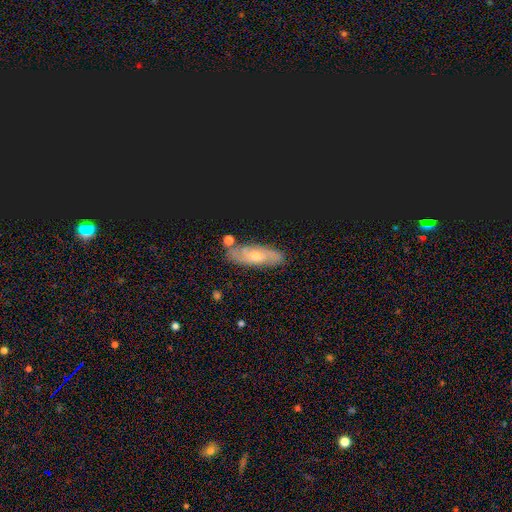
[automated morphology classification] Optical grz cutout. It shows a featured or disk galaxy (54%). Merging: none (81%).